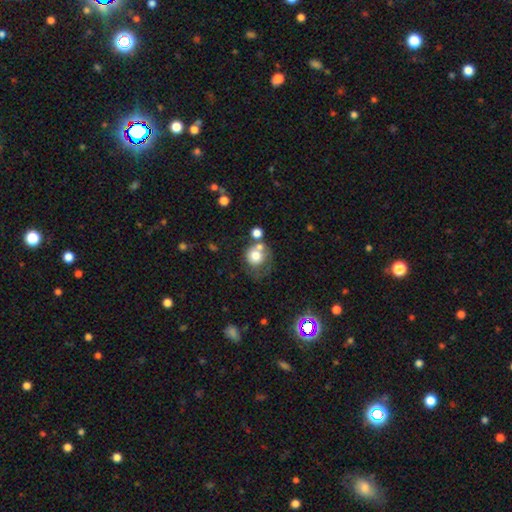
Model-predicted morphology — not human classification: This is likely a smooth galaxy (72%). How rounded: likely round (79%). Merging: marginally none (39%).